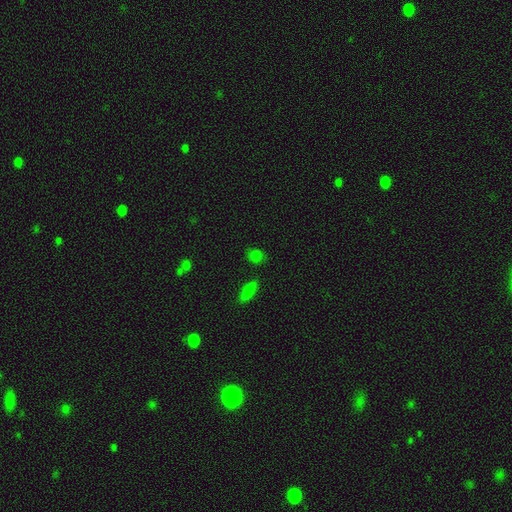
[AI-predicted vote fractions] A smooth galaxy with no disk features (76%) that is round (60%). Merging: none (80%).